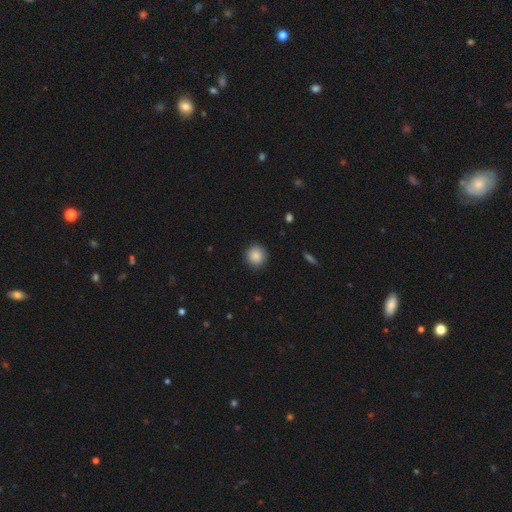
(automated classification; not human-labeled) A smooth galaxy with no disk features (88%) that is round (93%). Merging: none (89%).